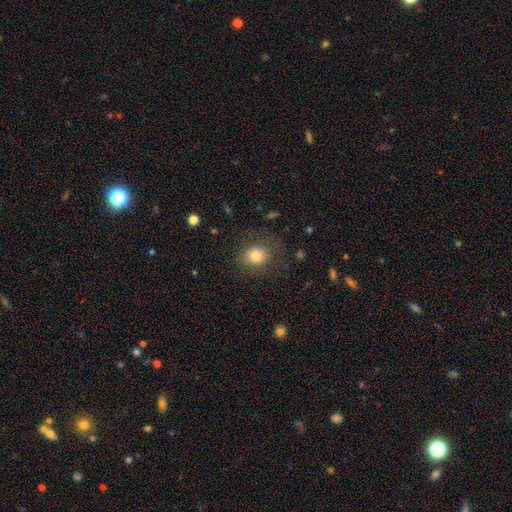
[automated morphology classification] A smooth galaxy with no disk features (79%) that is round (64%).

Vote fractions:
- Smooth or featured? smooth: 79% / star or artifact: 11% / featured or disk: 10%
- How rounded? round: 64% / in between: 35% / cigar-shaped: 1%
- Merging? none: 74% / minor disturbance: 16% / major disturbance: 9% / merger: 2%